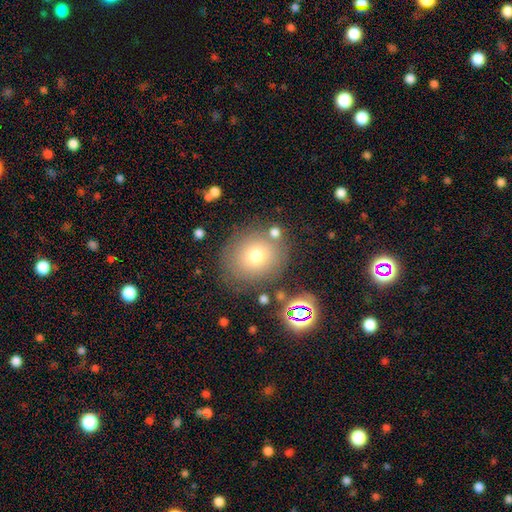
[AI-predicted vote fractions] Smooth or featured: smooth — 65% (star or artifact — 18%)
How rounded: round — 75% (in between — 24%)
Merging: none — 79% (minor disturbance — 11%)